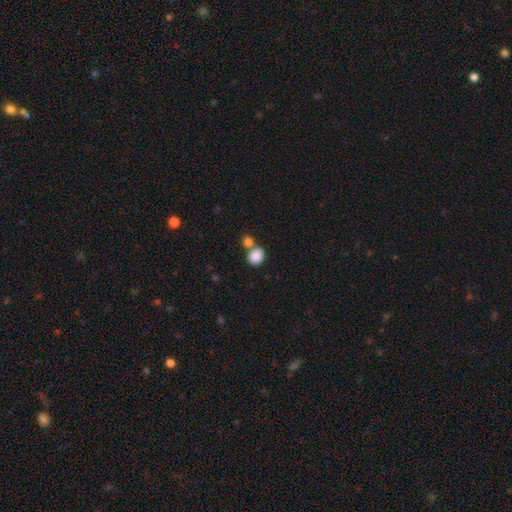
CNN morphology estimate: Q: Smooth or featured?
A: smooth (87%); runner-up: star or artifact (8%)
Q: How rounded?
A: round (68%); runner-up: in between (31%)
Q: Merging?
A: none (48%); runner-up: merger (39%)